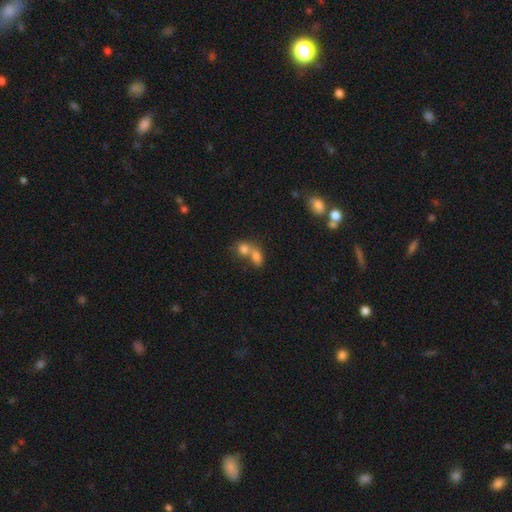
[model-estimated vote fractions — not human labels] A smooth galaxy with no disk features (76%) that is in between round and cigar-shaped (66%). Merging: merger (66%).